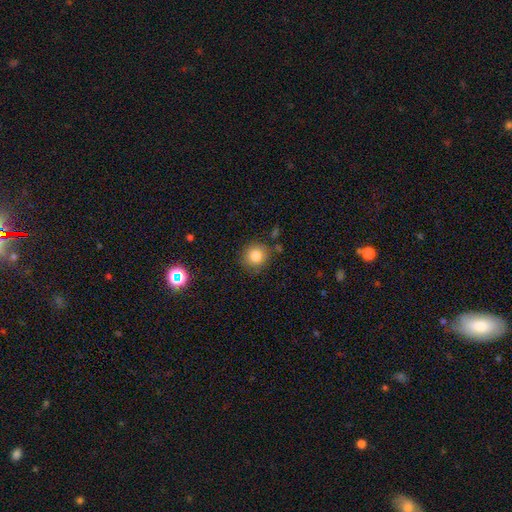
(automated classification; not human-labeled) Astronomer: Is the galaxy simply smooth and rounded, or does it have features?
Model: smooth — 82%.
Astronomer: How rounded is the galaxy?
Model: round — 89%.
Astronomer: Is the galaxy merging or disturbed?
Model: none — 81%.